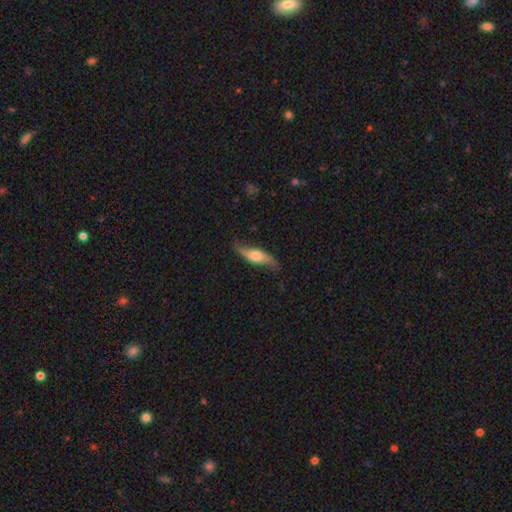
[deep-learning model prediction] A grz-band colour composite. It shows a featured or disk galaxy (55%). Merging: none (74%).